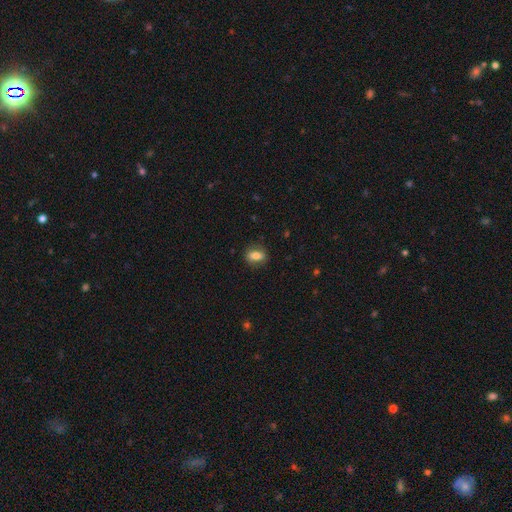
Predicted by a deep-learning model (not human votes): The model was most divided on "how rounded": in between: 75%, round: 19%, cigar-shaped: 6%. More confident: merging — none (81%); smooth or featured — smooth (74%).